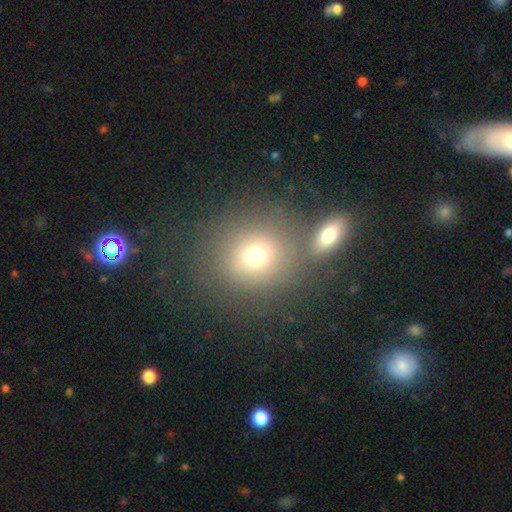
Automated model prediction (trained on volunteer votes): Smooth or featured? smooth (71%)
How rounded? round (80%)
Merging? none (59%)